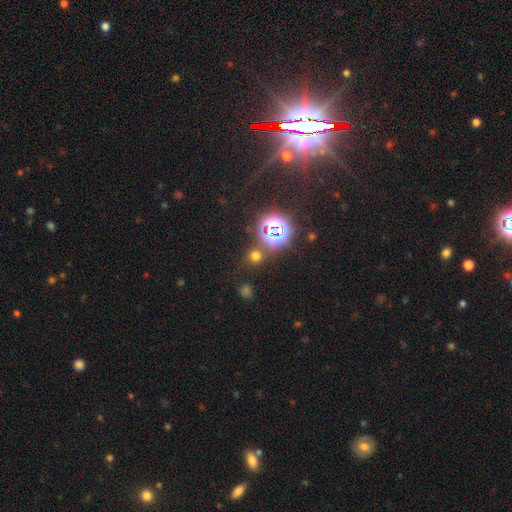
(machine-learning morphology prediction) smooth-or-featured: smooth: 57% | star or artifact: 37% | featured or disk: 6%
  how-rounded: round: 86% | in between: 13% | cigar-shaped: 1%
  merging: none: 79% | merger: 9% | minor disturbance: 8% | major disturbance: 4%